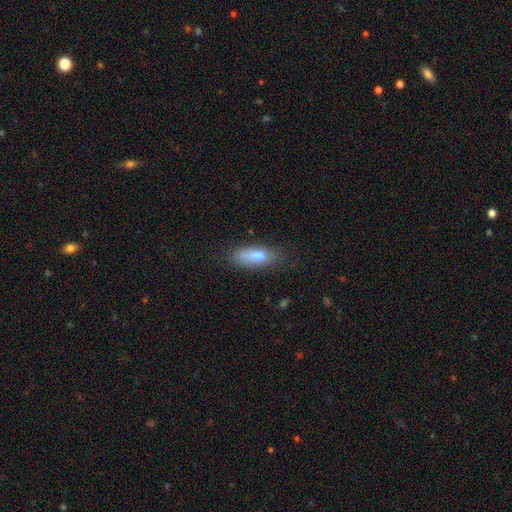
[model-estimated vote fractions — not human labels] A smooth galaxy with no disk features (82%) that is in between round and cigar-shaped (69%). Merging: none (69%).